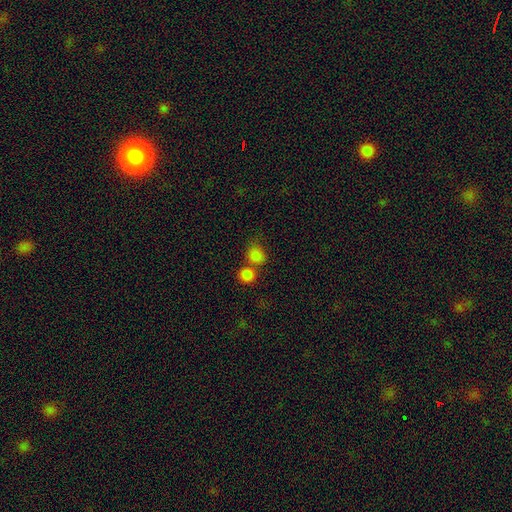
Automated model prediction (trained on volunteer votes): smooth_or_featured: smooth (p=0.82) [alt: star or artifact p=0.13]
how_rounded: round (p=0.73) [alt: in between p=0.26]
merging: none (p=0.53) [alt: merger p=0.34]